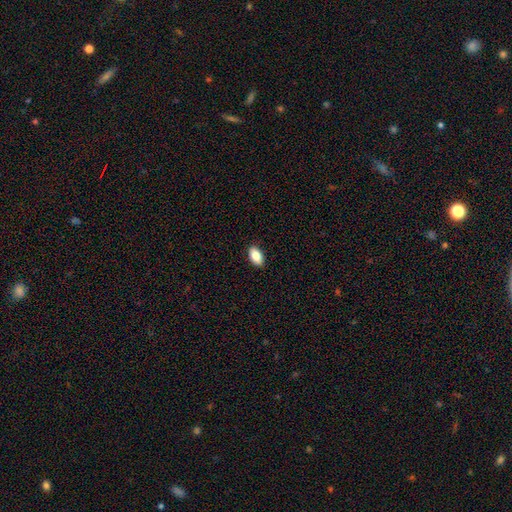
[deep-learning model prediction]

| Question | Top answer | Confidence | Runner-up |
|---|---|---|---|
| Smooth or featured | smooth | 86% | star or artifact (7%) |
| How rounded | in between | 93% | round (5%) |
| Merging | none | 89% | minor disturbance (8%) |